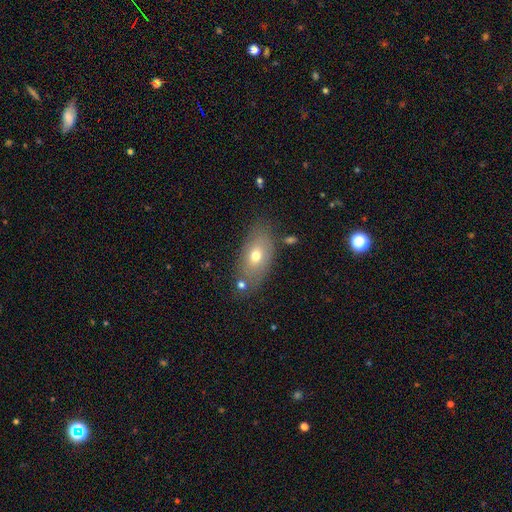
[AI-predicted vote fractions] The model was most divided on "smooth or featured": smooth: 65%, featured or disk: 26%, star or artifact: 8%. More confident: how rounded — in between (88%); merging — none (72%).